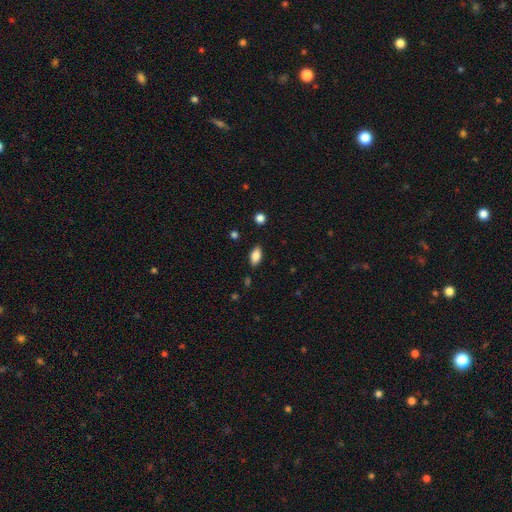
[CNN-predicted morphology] This appears to be a smooth galaxy with no disk features (84%) that is in between round and cigar-shaped (90%). Merging: none (85%).